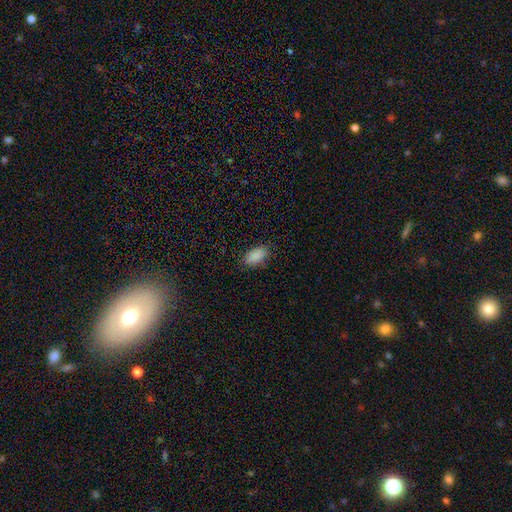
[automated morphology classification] type=smooth (89%); roundness=in between (93%); merging=none (86%).